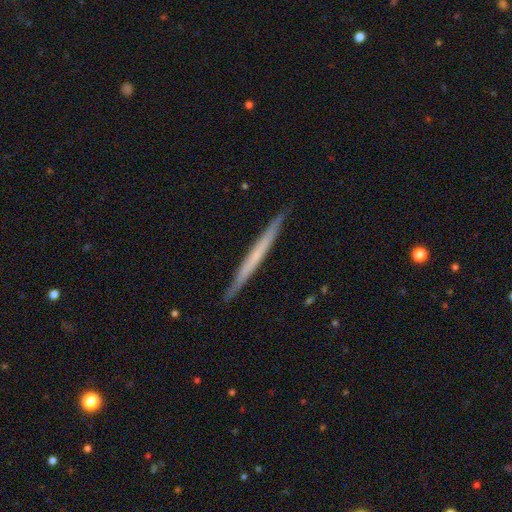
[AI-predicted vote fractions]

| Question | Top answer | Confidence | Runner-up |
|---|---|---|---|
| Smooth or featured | featured or disk | 53% | smooth (41%) |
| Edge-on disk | yes | 97% | no (3%) |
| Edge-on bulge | none | 87% | rounded (10%) |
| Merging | none | 91% | minor disturbance (7%) |